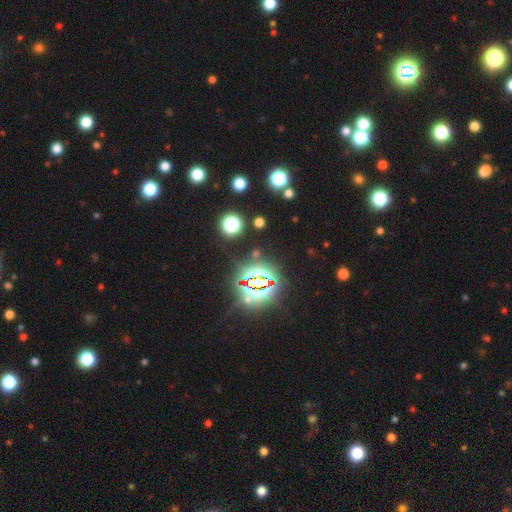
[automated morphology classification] Overall: star or artifact (78%).